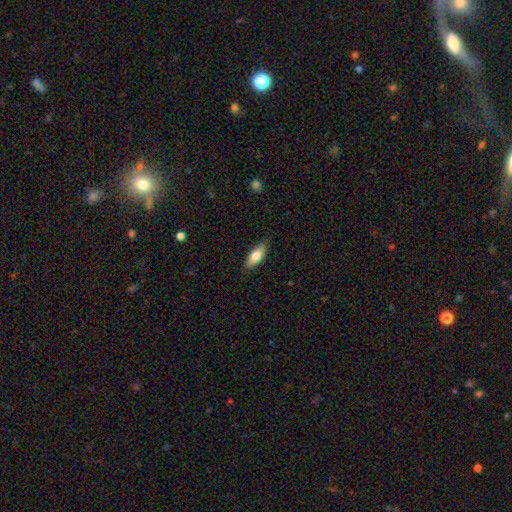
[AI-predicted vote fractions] Morphology: type=smooth (78%); roundness=in between (76%); merging=none (84%).